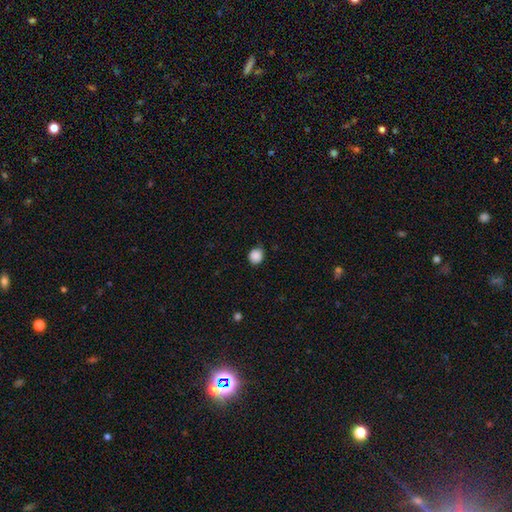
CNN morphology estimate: Smooth or featured? smooth (88%)
How rounded? round (80%)
Merging? none (82%)